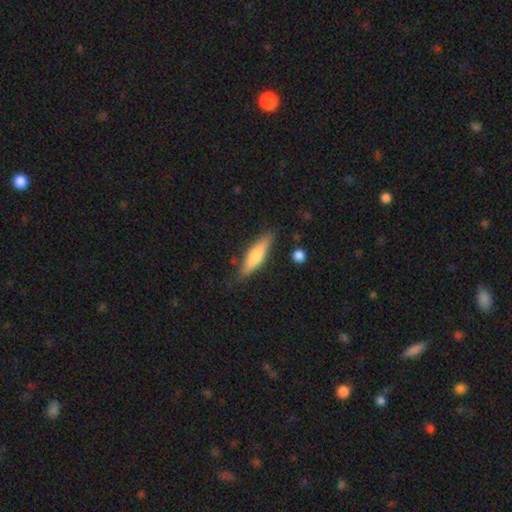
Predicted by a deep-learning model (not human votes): A smooth galaxy with no disk features (64%) that is cigar-shaped (75%).

Vote fractions:
- Smooth or featured? smooth: 64% / featured or disk: 30% / star or artifact: 6%
- How rounded? cigar-shaped: 75% / in between: 24% / round: 2%
- Merging? none: 80% / minor disturbance: 15% / major disturbance: 3% / merger: 2%